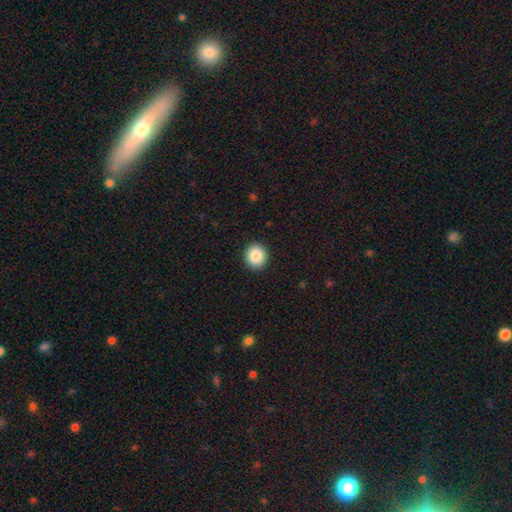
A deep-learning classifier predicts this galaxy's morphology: This is clearly a smooth galaxy (87%). How rounded: clearly round (87%). Merging: clearly none (92%).